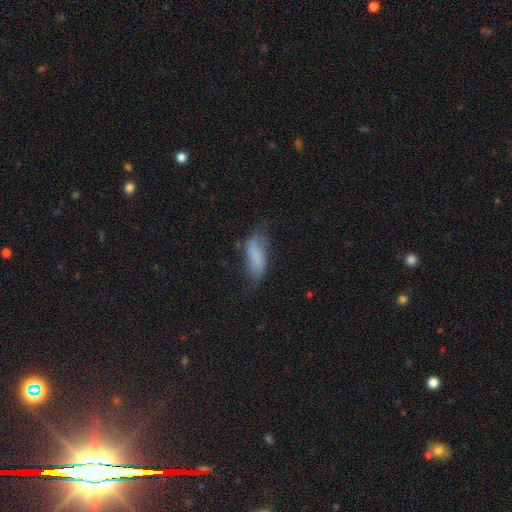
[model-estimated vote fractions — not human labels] This is likely a smooth galaxy (71%). How rounded: likely in between (76%). Merging: possibly none (49%).